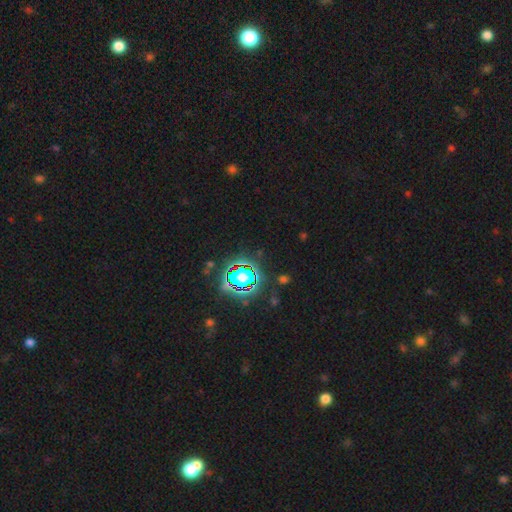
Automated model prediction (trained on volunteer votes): Smooth or featured?
  - star or artifact: 82% *
  - smooth: 11%
  - featured or disk: 7%